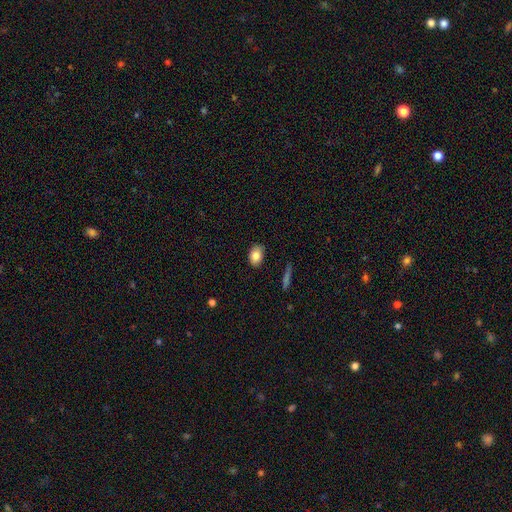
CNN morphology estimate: This appears to be a smooth galaxy with no disk features (84%) that is in between round and cigar-shaped (81%). Merging: none (84%).